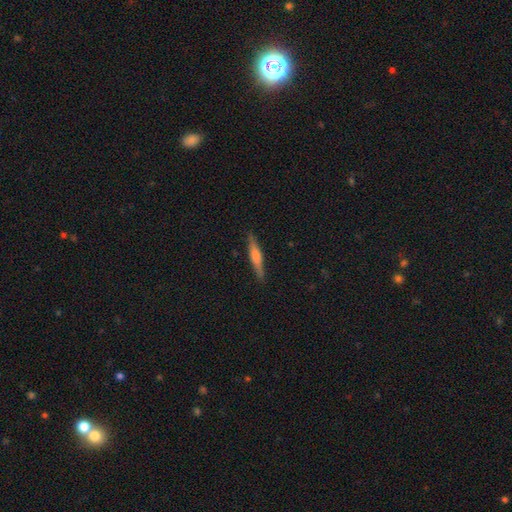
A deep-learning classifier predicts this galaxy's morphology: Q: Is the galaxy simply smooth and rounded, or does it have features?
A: featured or disk — 58%.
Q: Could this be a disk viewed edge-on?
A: yes — 96%.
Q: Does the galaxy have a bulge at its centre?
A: rounded — 69%.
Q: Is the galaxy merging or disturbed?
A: none — 90%.